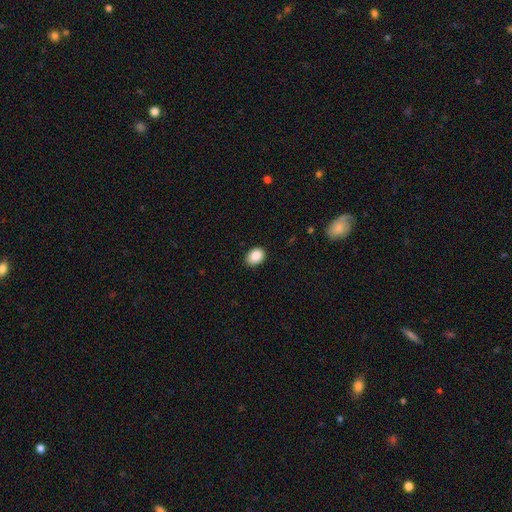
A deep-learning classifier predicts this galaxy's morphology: The model was most divided on "how rounded": in between: 72%, round: 27%, cigar-shaped: 1%. More confident: smooth or featured — smooth (89%); merging — none (86%).